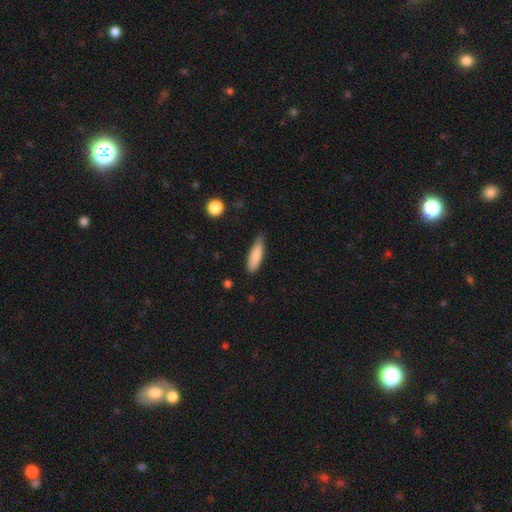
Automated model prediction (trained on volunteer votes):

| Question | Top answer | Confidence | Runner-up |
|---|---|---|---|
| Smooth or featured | smooth | 83% | featured or disk (11%) |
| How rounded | cigar-shaped | 64% | in between (34%) |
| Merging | none | 77% | minor disturbance (19%) |